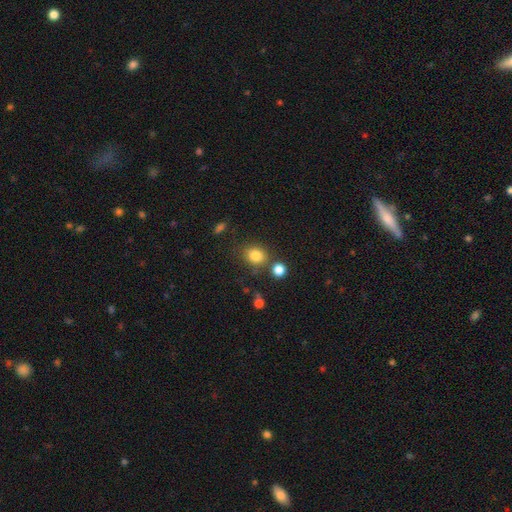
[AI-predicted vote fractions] smooth_or_featured: smooth (p=0.82) [alt: star or artifact p=0.12]
how_rounded: round (p=0.62) [alt: in between p=0.37]
merging: none (p=0.72) [alt: minor disturbance p=0.12]